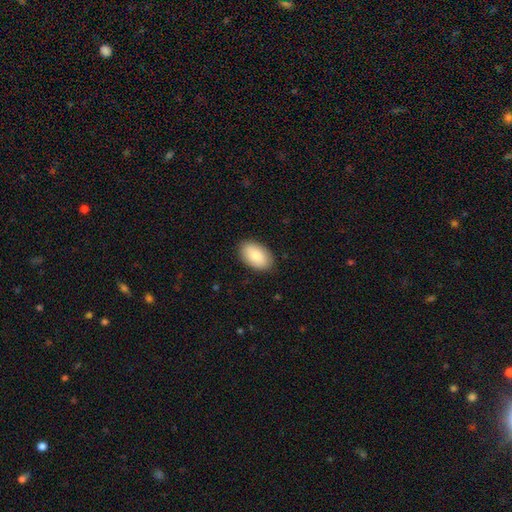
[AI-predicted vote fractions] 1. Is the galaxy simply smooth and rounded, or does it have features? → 84% smooth, 10% featured or disk, 6% star or artifact.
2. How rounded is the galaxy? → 93% in between, 6% round, 1% cigar-shaped.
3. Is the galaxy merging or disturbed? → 87% none, 9% minor disturbance, 2% major disturbance, 1% merger.